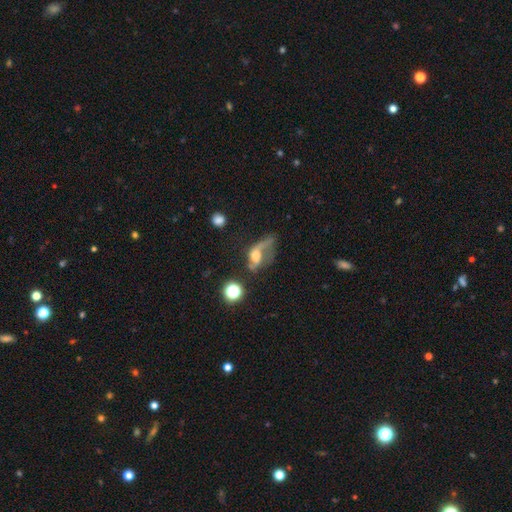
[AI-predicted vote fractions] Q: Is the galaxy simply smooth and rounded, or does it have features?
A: featured or disk — 55%.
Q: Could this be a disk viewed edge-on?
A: no — 91%.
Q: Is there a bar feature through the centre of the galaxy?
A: no — 65%.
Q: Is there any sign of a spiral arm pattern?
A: yes — 69%.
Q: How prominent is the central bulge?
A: moderate — 53%.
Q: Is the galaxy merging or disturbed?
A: major disturbance — 49%.